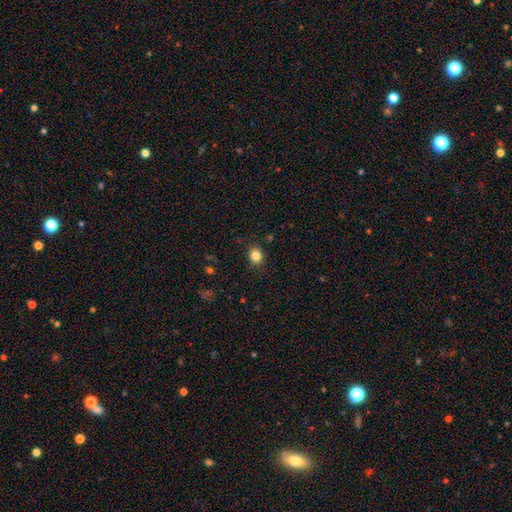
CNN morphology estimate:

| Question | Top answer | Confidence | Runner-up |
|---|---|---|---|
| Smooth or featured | smooth | 84% | star or artifact (11%) |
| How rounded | round | 53% | in between (46%) |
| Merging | none | 86% | minor disturbance (11%) |